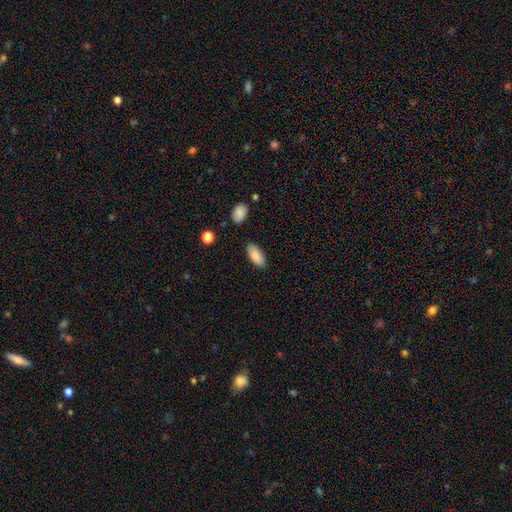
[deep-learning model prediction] Overall: smooth (85%). How rounded: in between (90%). Merging: none (85%).